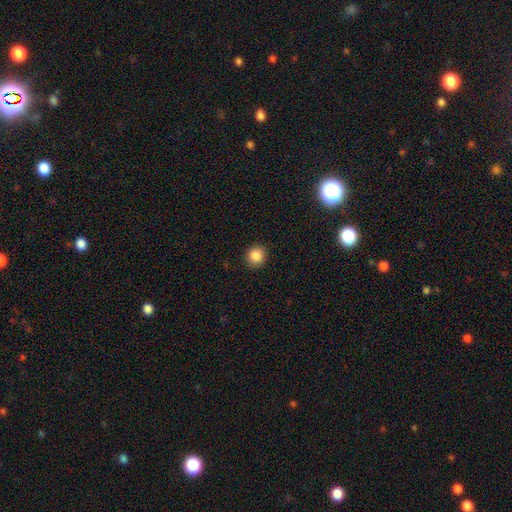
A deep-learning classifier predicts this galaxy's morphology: smooth_or_featured: smooth (p=0.86) [alt: star or artifact p=0.10]
how_rounded: round (p=0.89) [alt: in between p=0.10]
merging: none (p=0.91) [alt: minor disturbance p=0.06]